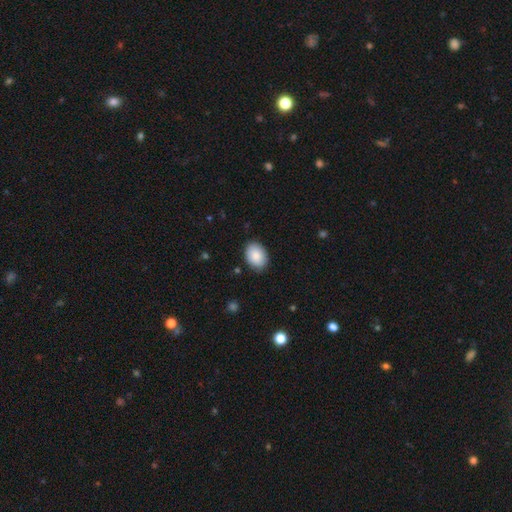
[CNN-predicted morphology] Smooth or featured? Predicted: smooth (p=0.88). How rounded? Predicted: in between (p=0.80). Merging? Predicted: none (p=0.85).